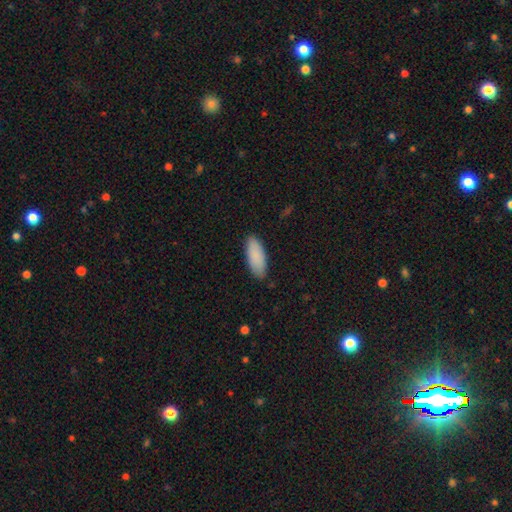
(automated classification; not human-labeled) smooth_or_featured: smooth (p=0.89) [alt: star or artifact p=0.06]
how_rounded: in between (p=0.80) [alt: cigar-shaped p=0.18]
merging: none (p=0.85) [alt: minor disturbance p=0.12]